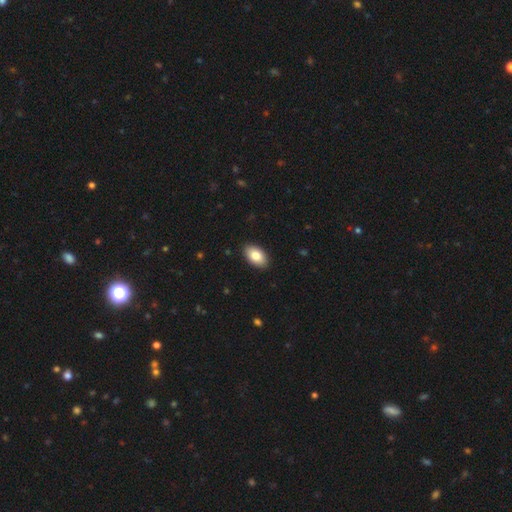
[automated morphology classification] A smooth galaxy with no disk features (83%) that is in between round and cigar-shaped (93%).

Vote fractions:
- Smooth or featured? smooth: 83% / featured or disk: 10% / star or artifact: 7%
- How rounded? in between: 93% / round: 5% / cigar-shaped: 1%
- Merging? none: 90% / minor disturbance: 8% / major disturbance: 2% / merger: 1%